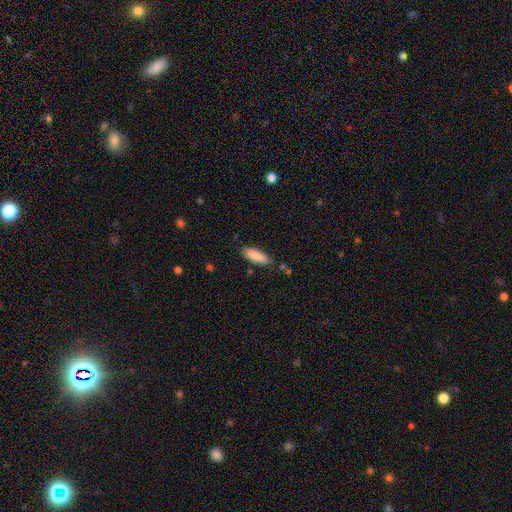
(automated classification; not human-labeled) smooth-or-featured: smooth: 88% | star or artifact: 6% | featured or disk: 5%
  how-rounded: in between: 64% | cigar-shaped: 34% | round: 2%
  merging: none: 79% | minor disturbance: 14% | major disturbance: 3% | merger: 3%